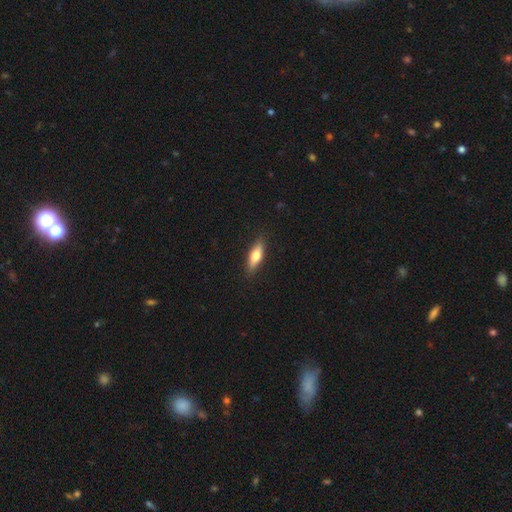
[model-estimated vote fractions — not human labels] Smooth or featured? Predicted: smooth (p=0.64). How rounded? Predicted: cigar-shaped (p=0.51). Merging? Predicted: none (p=0.88).